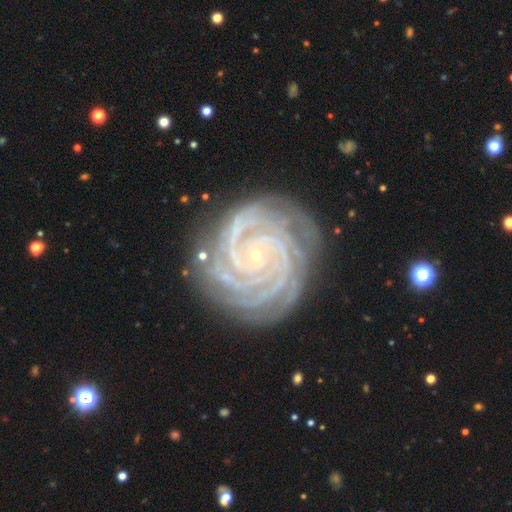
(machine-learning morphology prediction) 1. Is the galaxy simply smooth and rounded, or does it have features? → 92% featured or disk, 5% star or artifact, 3% smooth.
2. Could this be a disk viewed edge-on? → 98% no, 2% yes.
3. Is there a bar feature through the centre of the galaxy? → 71% no, 17% weak, 12% strong.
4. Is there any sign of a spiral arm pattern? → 99% yes, 1% no.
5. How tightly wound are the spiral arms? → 86% tight, 12% medium, 2% loose.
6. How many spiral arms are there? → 32% 4, 20% 3, 18% more than 4, 11% 2, 11% can't tell, 8% 1.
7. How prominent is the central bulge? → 90% small, 7% moderate, 2% none, 1% large, 1% dominant.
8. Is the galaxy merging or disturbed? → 81% none, 14% minor disturbance, 4% major disturbance, 1% merger.